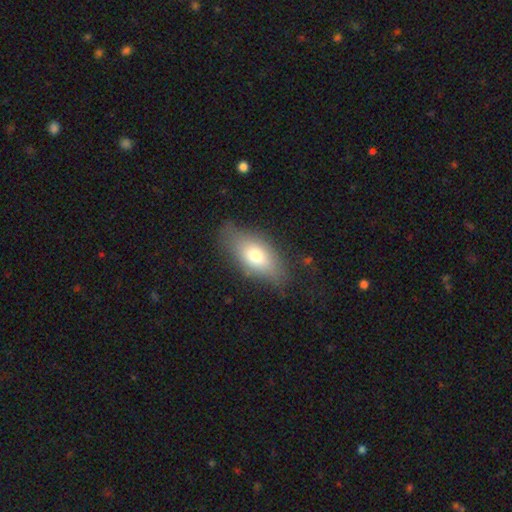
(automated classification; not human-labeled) This is likely a smooth galaxy (69%). How rounded: clearly in between (84%). Merging: likely none (69%).